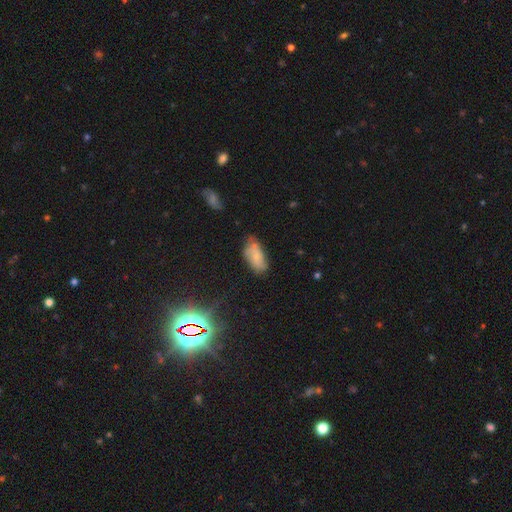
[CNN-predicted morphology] Q: Smooth or featured?
A: smooth (68%); runner-up: featured or disk (21%)
Q: How rounded?
A: in between (89%); runner-up: cigar-shaped (8%)
Q: Merging?
A: none (56%); runner-up: minor disturbance (30%)